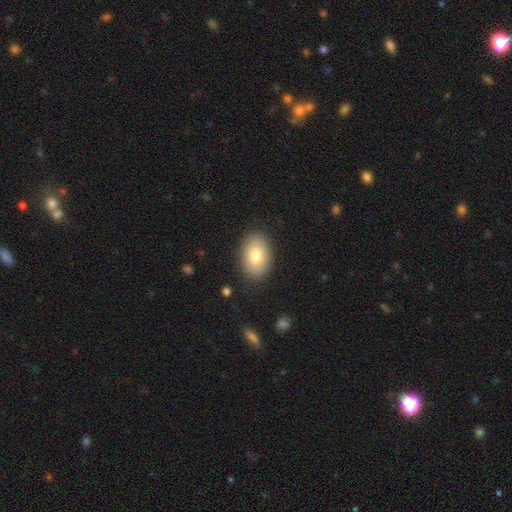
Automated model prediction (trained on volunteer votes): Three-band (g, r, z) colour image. It shows a smooth galaxy with no disk features (79%) that is in between round and cigar-shaped (86%). Merging: none (87%).